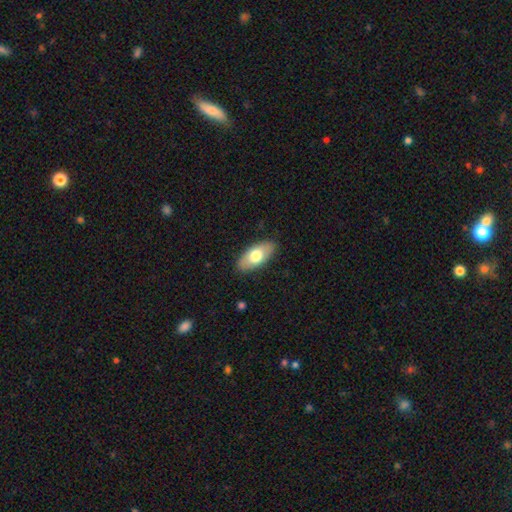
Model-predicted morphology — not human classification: A smooth galaxy with no disk features (69%) that is in between round and cigar-shaped (89%).

Vote fractions:
- Smooth or featured? smooth: 69% / featured or disk: 25% / star or artifact: 6%
- How rounded? in between: 89% / cigar-shaped: 8% / round: 3%
- Merging? none: 87% / minor disturbance: 10% / major disturbance: 2% / merger: 1%